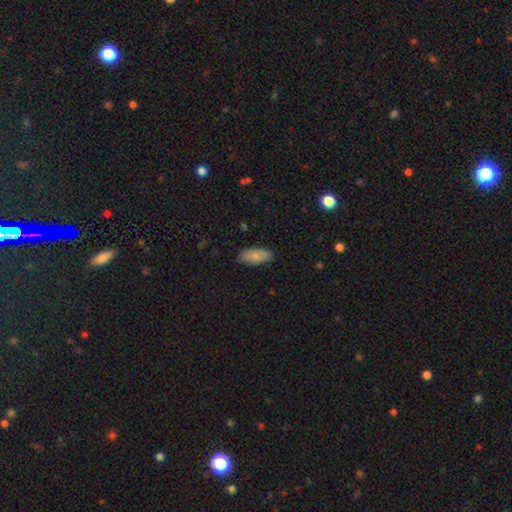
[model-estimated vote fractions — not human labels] smooth_or_featured: smooth (p=0.81) [alt: featured or disk p=0.12]
how_rounded: in between (p=0.91) [alt: cigar-shaped p=0.07]
merging: none (p=0.83) [alt: minor disturbance p=0.14]